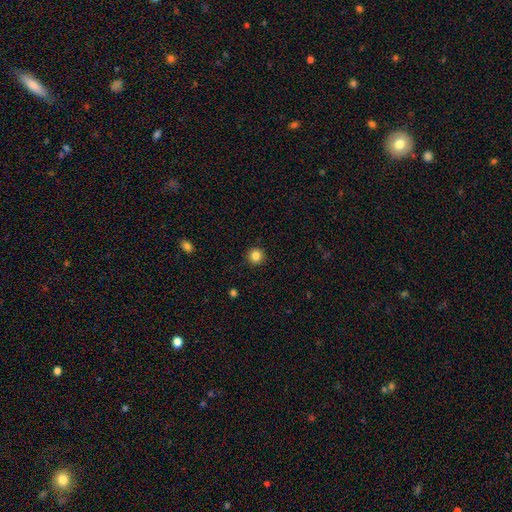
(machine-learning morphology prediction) A smooth galaxy with no disk features (85%) that is round (94%). Merging: none (92%).